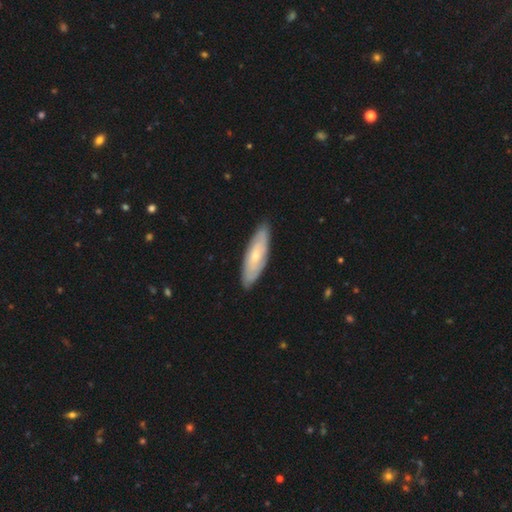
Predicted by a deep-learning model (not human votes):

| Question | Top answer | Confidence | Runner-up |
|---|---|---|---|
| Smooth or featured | smooth | 51% | featured or disk (44%) |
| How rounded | cigar-shaped | 51% | in between (47%) |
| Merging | none | 86% | minor disturbance (11%) |